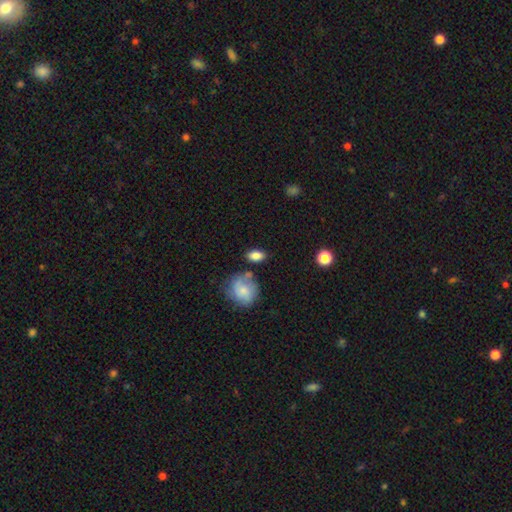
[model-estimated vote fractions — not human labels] A smooth galaxy with no disk features (84%) that is in between round and cigar-shaped (85%).

Vote fractions:
- Smooth or featured? smooth: 84% / featured or disk: 8% / star or artifact: 8%
- How rounded? in between: 85% / round: 11% / cigar-shaped: 4%
- Merging? none: 71% / minor disturbance: 16% / merger: 9% / major disturbance: 5%